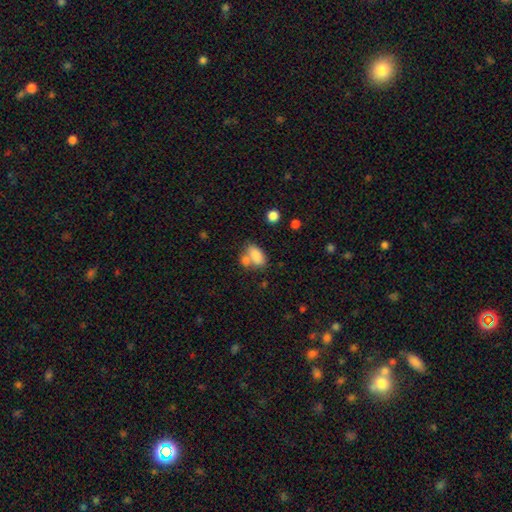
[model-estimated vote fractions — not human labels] Overall: smooth (82%). How rounded: in between (90%). Merging: none (42%; merger 39%).